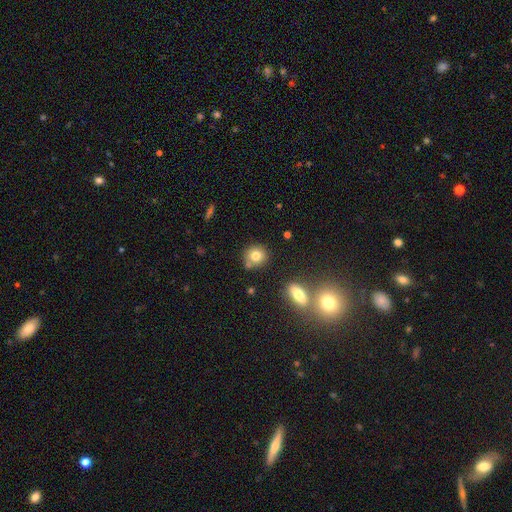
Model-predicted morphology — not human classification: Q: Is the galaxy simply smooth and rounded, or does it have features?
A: smooth — 78%.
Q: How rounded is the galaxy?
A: round — 87%.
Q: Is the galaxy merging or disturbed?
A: none — 71%.